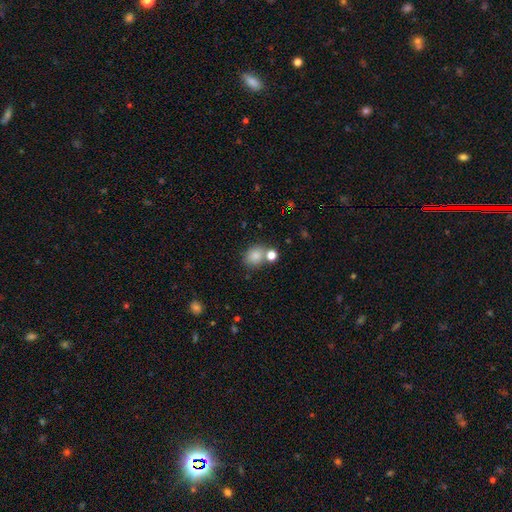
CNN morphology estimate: A smooth galaxy with no disk features (83%) that is round (61%).

Vote fractions:
- Smooth or featured? smooth: 83% / star or artifact: 11% / featured or disk: 6%
- How rounded? round: 61% / in between: 38% / cigar-shaped: 1%
- Merging? none: 64% / merger: 21% / minor disturbance: 12% / major disturbance: 4%